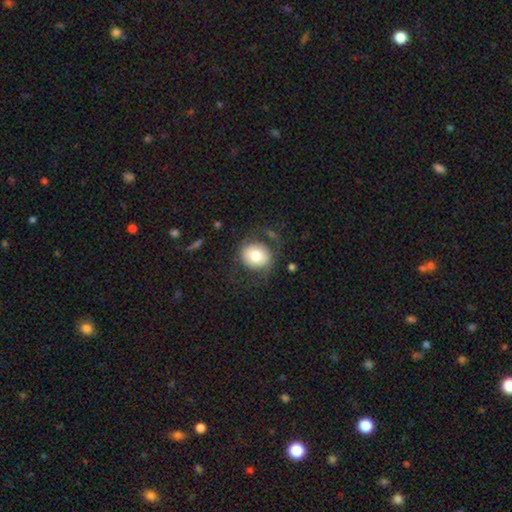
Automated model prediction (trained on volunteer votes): This appears to be a smooth galaxy with no disk features (71%) that is round (78%). Merging: none (71%).